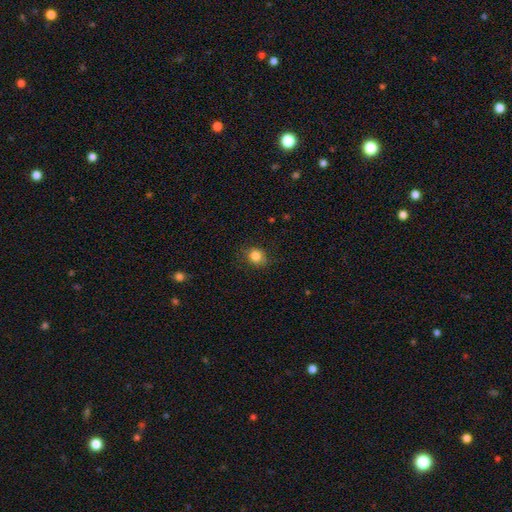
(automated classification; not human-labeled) Q: Smooth or featured?
A: smooth (84%); runner-up: star or artifact (11%)
Q: How rounded?
A: round (76%); runner-up: in between (23%)
Q: Merging?
A: none (80%); runner-up: minor disturbance (15%)